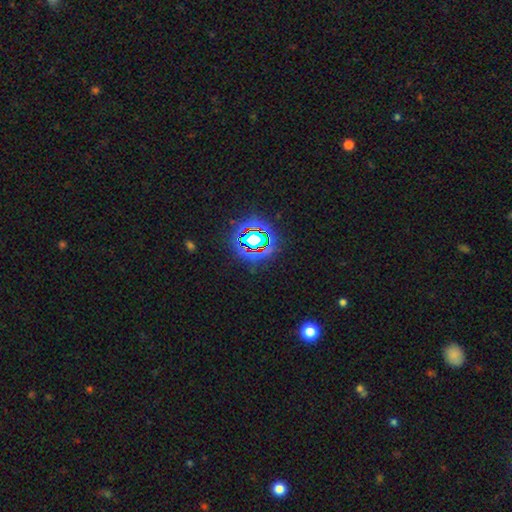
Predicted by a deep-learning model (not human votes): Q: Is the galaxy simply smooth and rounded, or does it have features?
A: star or artifact — 76%.